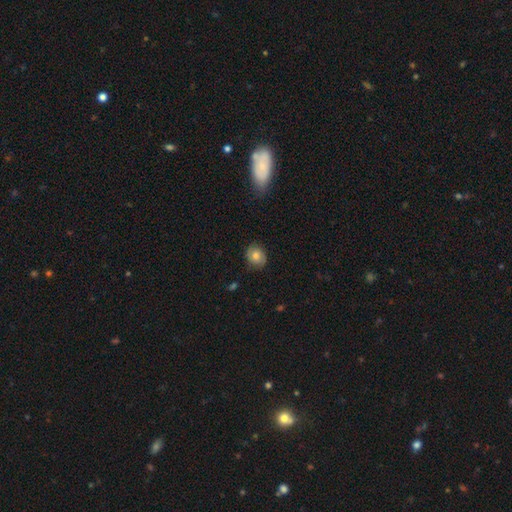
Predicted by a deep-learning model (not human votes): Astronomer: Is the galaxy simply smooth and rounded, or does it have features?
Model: smooth — 72%.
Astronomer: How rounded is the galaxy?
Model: round — 60% (runner-up: in between, 39%).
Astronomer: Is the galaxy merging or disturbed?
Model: none — 80%.